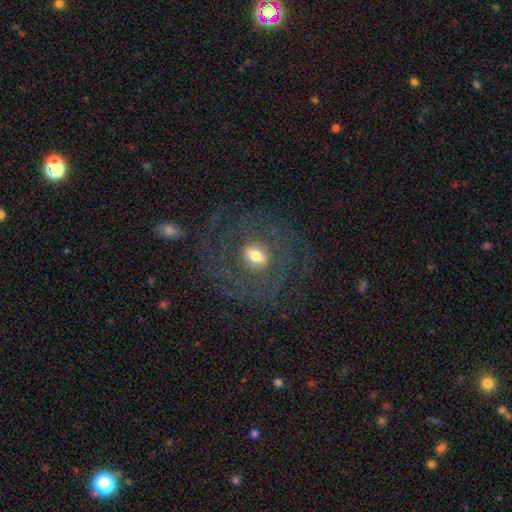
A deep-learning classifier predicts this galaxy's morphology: smooth-or-featured: featured or disk: 73% | smooth: 17% | star or artifact: 10%
  disk-edge-on: no: 94% | yes: 6%
    bar: weak: 45% | strong: 29% | no: 26%
    has-spiral-arms: yes: 79% | no: 21%
      spiral-winding: tight: 48% | medium: 34% | loose: 18%
      spiral-arm-count: can't tell: 36% | 2: 30% | 3: 10% | 1: 9% | more than 4: 8% | 4: 8%
    bulge-size: moderate: 54% | small: 28% | large: 14% | dominant: 2% | none: 2%
  merging: none: 70% | major disturbance: 15% | minor disturbance: 14% | merger: 2%